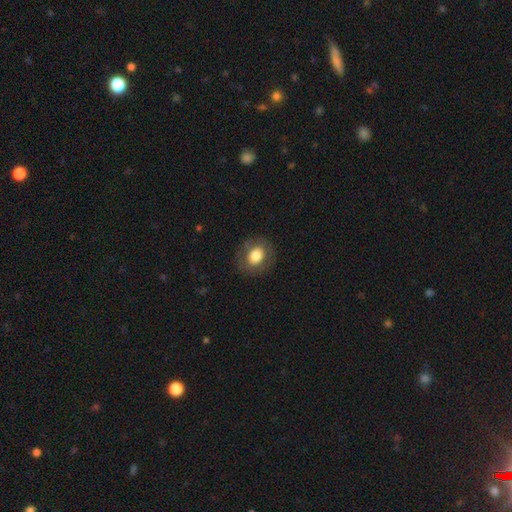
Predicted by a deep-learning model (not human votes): Smooth or featured?
  - smooth: 74% *
  - featured or disk: 18%
  - star or artifact: 8%
How rounded?
  - round: 65% *
  - in between: 34%
  - cigar-shaped: 1%
Merging?
  - none: 83% *
  - minor disturbance: 11%
  - major disturbance: 5%
  - merger: 1%